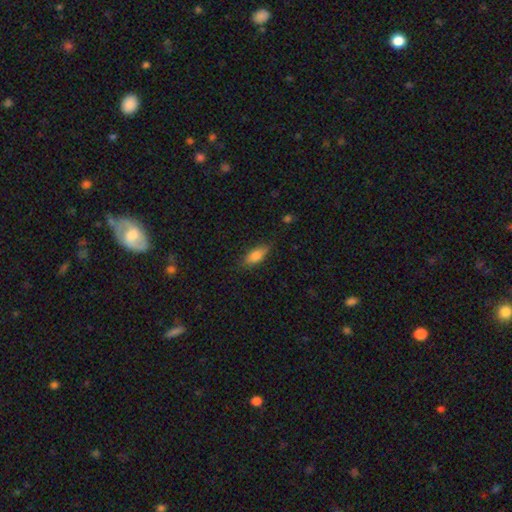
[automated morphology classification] smooth-or-featured: smooth: 81% | featured or disk: 11% | star or artifact: 8%
  how-rounded: in between: 78% | cigar-shaped: 19% | round: 3%
  merging: none: 77% | minor disturbance: 17% | major disturbance: 4% | merger: 1%